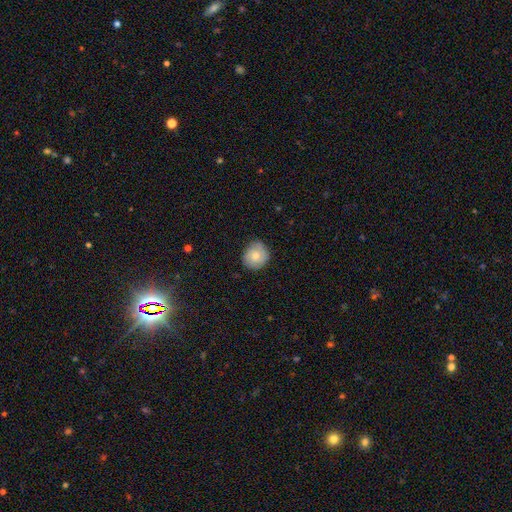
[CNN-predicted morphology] smooth 75%, featured or disk 17%, star or artifact 7%. Down the decision tree: how rounded — round (84%); merging — none (76%).